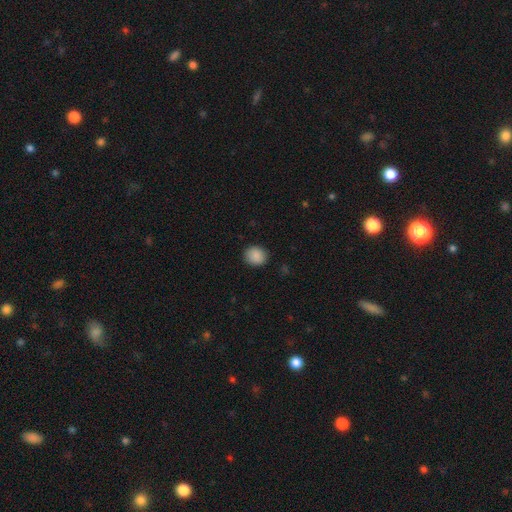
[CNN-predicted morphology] A smooth galaxy with no disk features (89%) that is round (75%). Merging: none (88%).